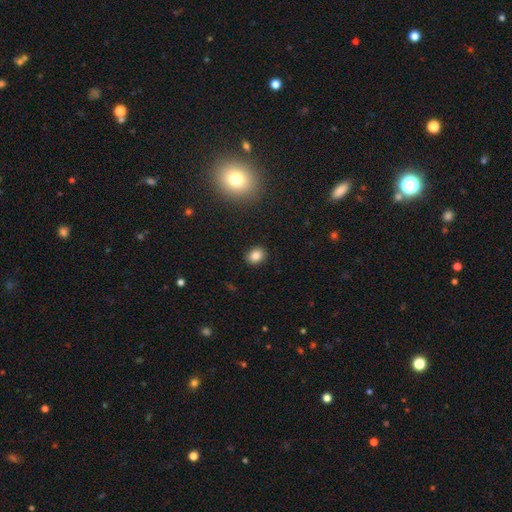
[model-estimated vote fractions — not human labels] Overall: smooth (83%). How rounded: in between (50%; round 49%). Merging: none (90%).